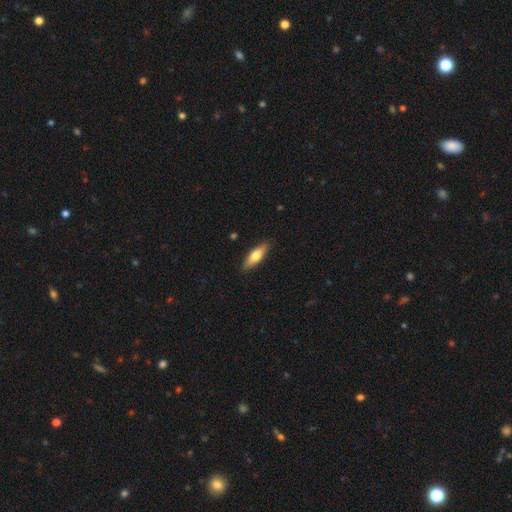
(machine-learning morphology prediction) A smooth galaxy with no disk features (68%) that is in between round and cigar-shaped (51%).

Vote fractions:
- Smooth or featured? smooth: 68% / featured or disk: 26% / star or artifact: 6%
- How rounded? in between: 51% / cigar-shaped: 47% / round: 2%
- Merging? none: 88% / minor disturbance: 9% / major disturbance: 2% / merger: 1%